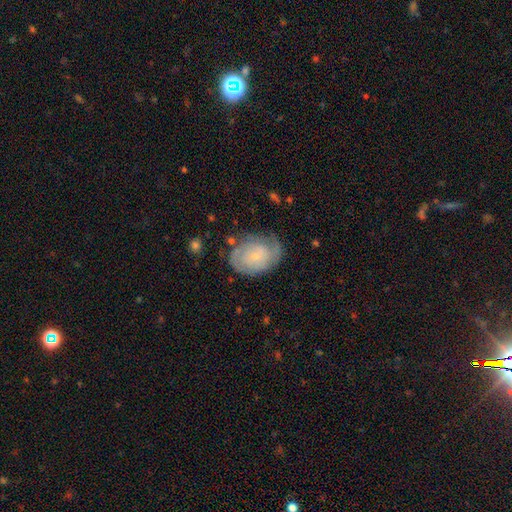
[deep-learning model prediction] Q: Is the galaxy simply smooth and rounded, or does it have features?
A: featured or disk — 65%.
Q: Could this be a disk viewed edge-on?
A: no — 97%.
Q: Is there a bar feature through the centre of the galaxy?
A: no — 77%.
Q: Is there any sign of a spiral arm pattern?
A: yes — 85%.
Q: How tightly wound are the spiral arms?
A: tight — 63%.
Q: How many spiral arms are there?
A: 2 — 40%.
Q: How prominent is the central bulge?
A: small — 79%.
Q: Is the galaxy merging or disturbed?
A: none — 62%.